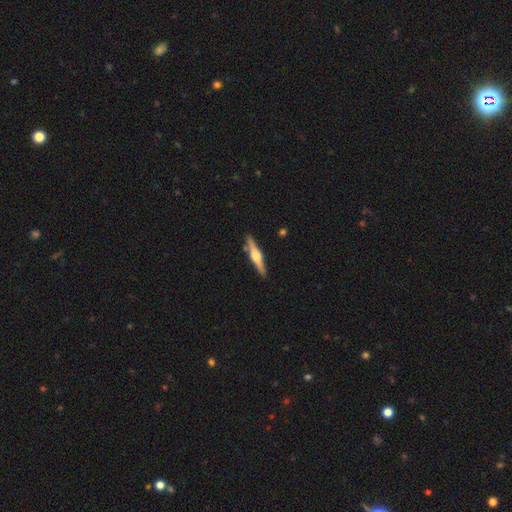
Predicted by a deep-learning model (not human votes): featured or disk 73%, smooth 21%, star or artifact 5%. Down the decision tree: edge-on disk — yes (98%); edge-on bulge — rounded (90%); merging — none (88%).